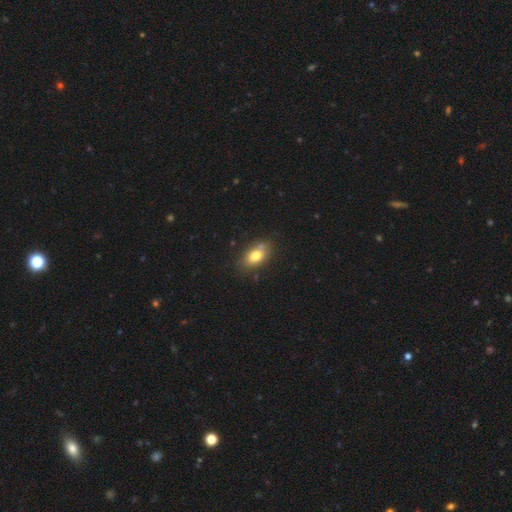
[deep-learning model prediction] This appears to be a smooth galaxy with no disk features (77%) that is in between round and cigar-shaped (83%). Merging: none (69%).